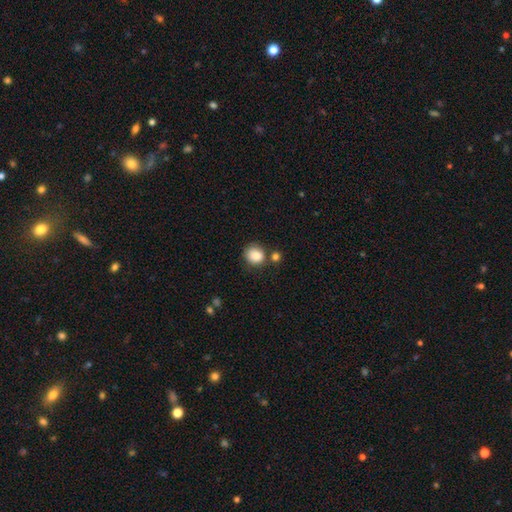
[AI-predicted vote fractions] smooth_or_featured: smooth (p=0.87) [alt: star or artifact p=0.09]
how_rounded: round (p=0.78) [alt: in between p=0.21]
merging: none (p=0.68) [alt: minor disturbance p=0.14]